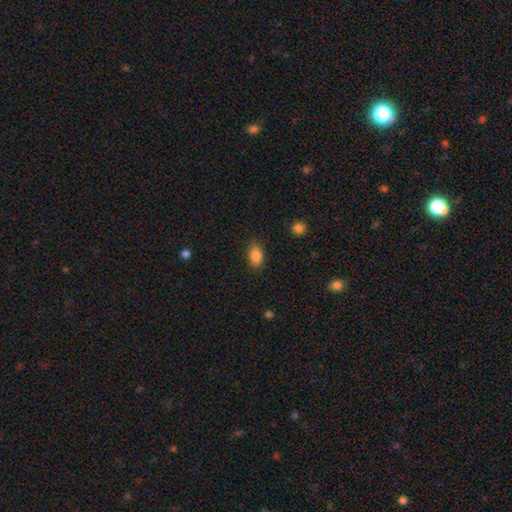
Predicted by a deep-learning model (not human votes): Smooth or featured? Predicted: smooth (p=0.87). How rounded? Predicted: in between (p=0.89). Merging? Predicted: none (p=0.85).